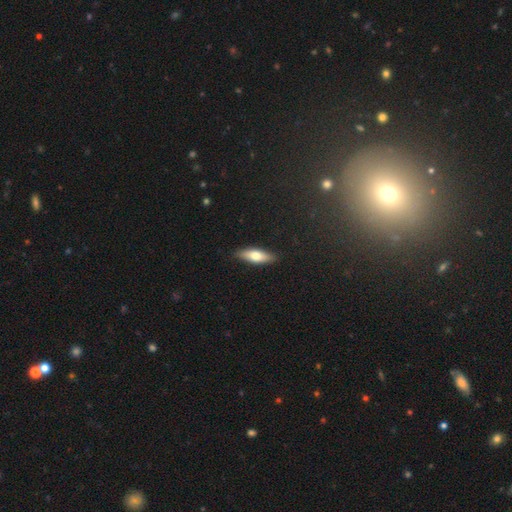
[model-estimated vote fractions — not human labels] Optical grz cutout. It shows a smooth galaxy with no disk features (66%) that is in between round and cigar-shaped (54%). Merging: none (88%).